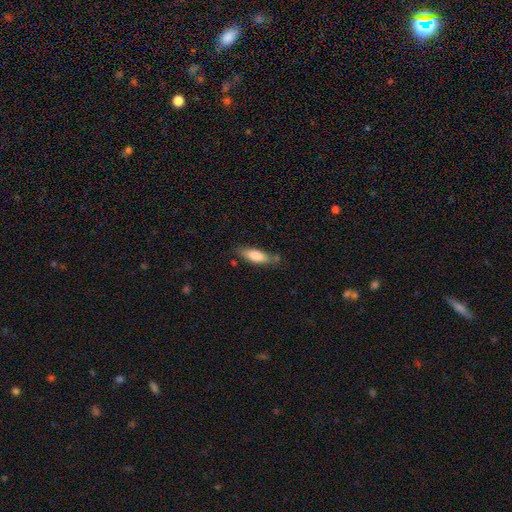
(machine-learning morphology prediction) A smooth galaxy with no disk features (77%) that is in between round and cigar-shaped (60%).

Vote fractions:
- Smooth or featured? smooth: 77% / featured or disk: 17% / star or artifact: 6%
- How rounded? in between: 60% / cigar-shaped: 39% / round: 2%
- Merging? none: 69% / minor disturbance: 21% / merger: 6% / major disturbance: 5%